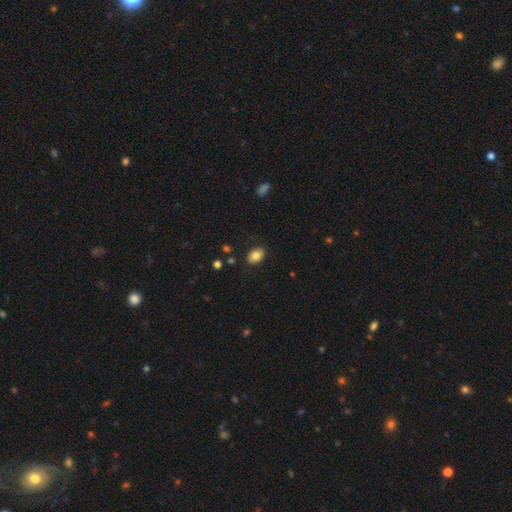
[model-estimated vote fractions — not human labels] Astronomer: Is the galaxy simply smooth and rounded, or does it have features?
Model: smooth — 80%.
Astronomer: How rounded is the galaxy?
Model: in between — 81%.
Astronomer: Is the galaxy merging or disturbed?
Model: none — 86%.